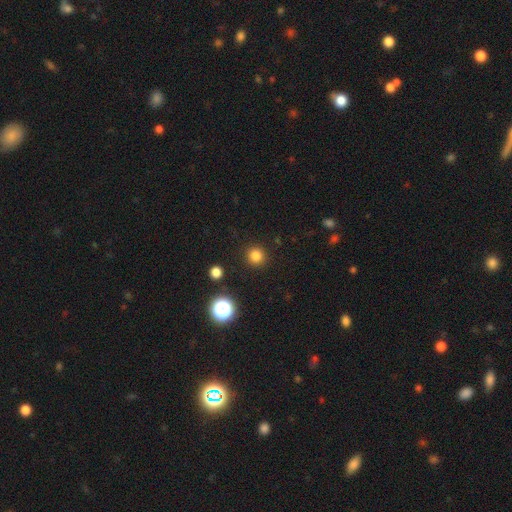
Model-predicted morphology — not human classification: smooth-or-featured: smooth: 81% | star or artifact: 15% | featured or disk: 4%
  how-rounded: round: 94% | in between: 5% | cigar-shaped: 1%
  merging: none: 91% | minor disturbance: 5% | major disturbance: 2% | merger: 1%